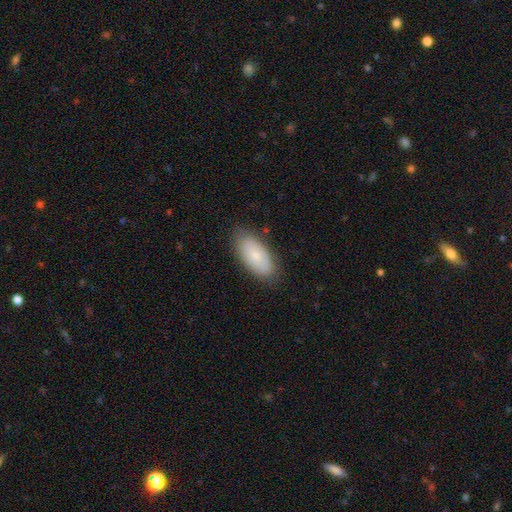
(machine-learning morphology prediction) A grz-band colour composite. It shows a smooth galaxy with no disk features (72%) that is in between round and cigar-shaped (93%). Merging: none (82%).